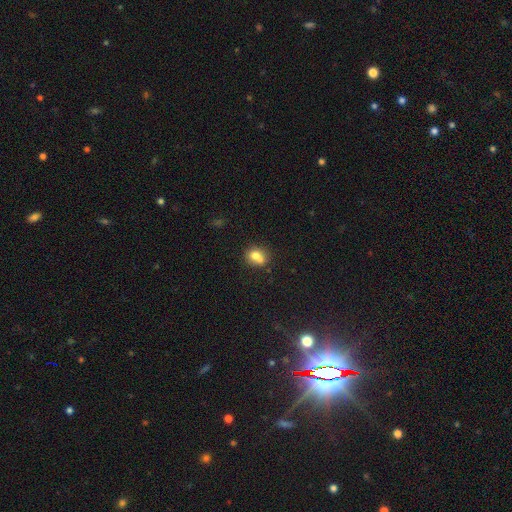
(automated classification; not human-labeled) Smooth or featured? Predicted: smooth (p=0.73). How rounded? Predicted: round (p=0.61). Merging? Predicted: none (p=0.41, tied with merger).